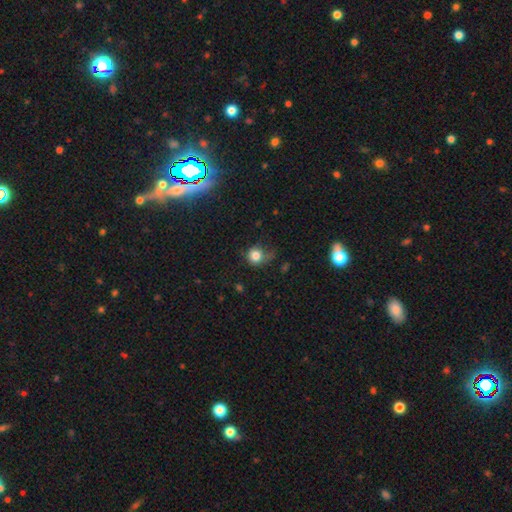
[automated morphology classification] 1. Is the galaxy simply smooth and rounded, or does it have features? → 80% smooth, 12% star or artifact, 8% featured or disk.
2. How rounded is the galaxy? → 82% round, 17% in between, 1% cigar-shaped.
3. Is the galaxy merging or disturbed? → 49% none, 30% minor disturbance, 19% major disturbance, 3% merger.